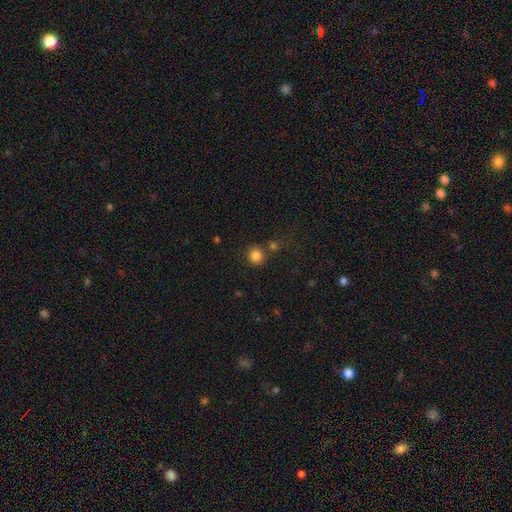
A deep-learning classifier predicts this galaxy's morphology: Smooth or featured? smooth (83%)
How rounded? round (92%)
Merging? none (73%)